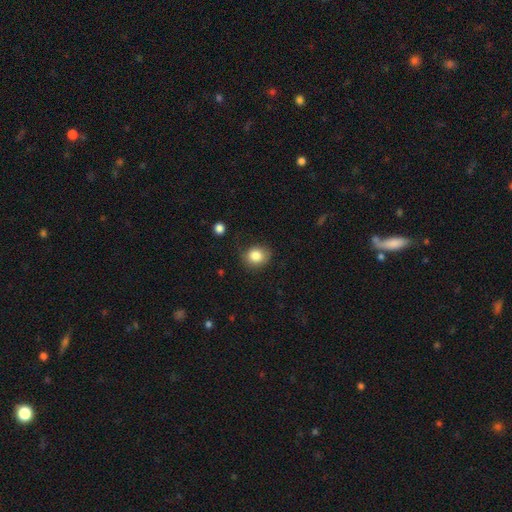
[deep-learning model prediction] Smooth or featured?
  - smooth: 84% *
  - star or artifact: 9%
  - featured or disk: 6%
How rounded?
  - round: 67% *
  - in between: 32%
  - cigar-shaped: 1%
Merging?
  - none: 71% *
  - minor disturbance: 21%
  - major disturbance: 6%
  - merger: 2%